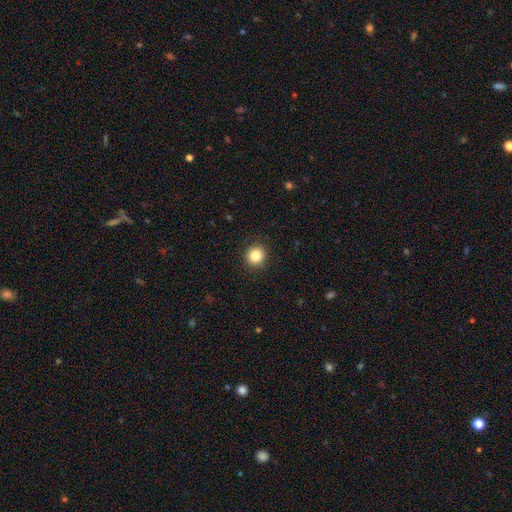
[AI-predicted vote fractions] A smooth galaxy with no disk features (84%) that is round (90%). Merging: none (91%).